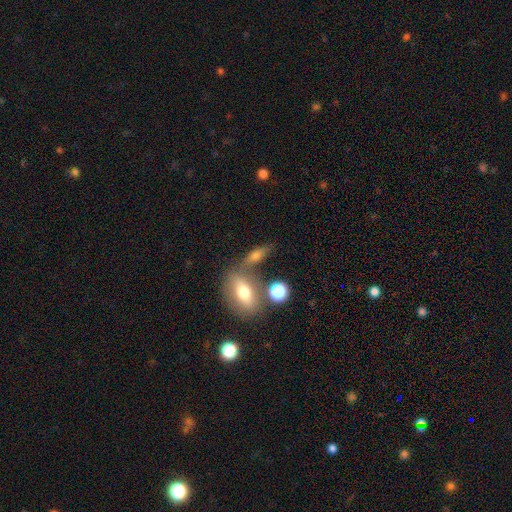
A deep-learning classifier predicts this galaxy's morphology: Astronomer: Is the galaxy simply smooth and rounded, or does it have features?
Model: smooth — 65%.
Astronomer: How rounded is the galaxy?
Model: in between — 61%.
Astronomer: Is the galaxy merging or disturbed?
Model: none — 52%.